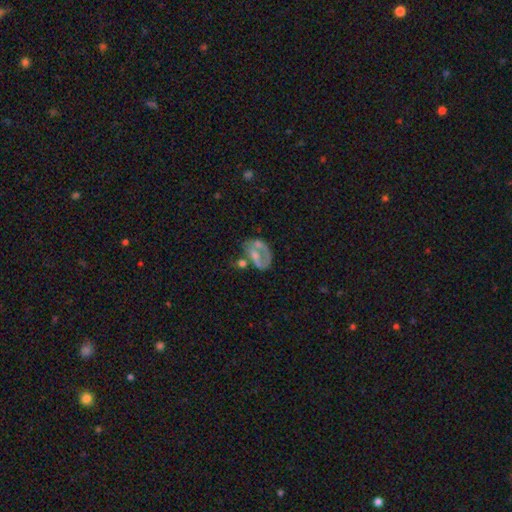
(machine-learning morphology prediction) A featured or disk galaxy (55%) with no bar (64%), no spiral arms (67%) and a moderate central bulge (39%). Merging: none (39%).